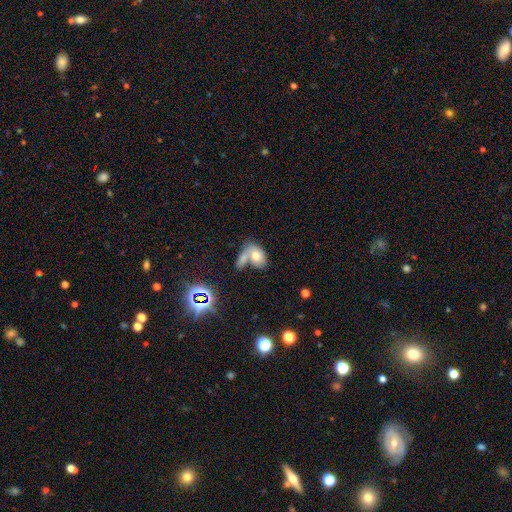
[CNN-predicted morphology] smooth 67%, featured or disk 21%, star or artifact 12%. Down the decision tree: how rounded — in between (84%); merging — merger (53%).